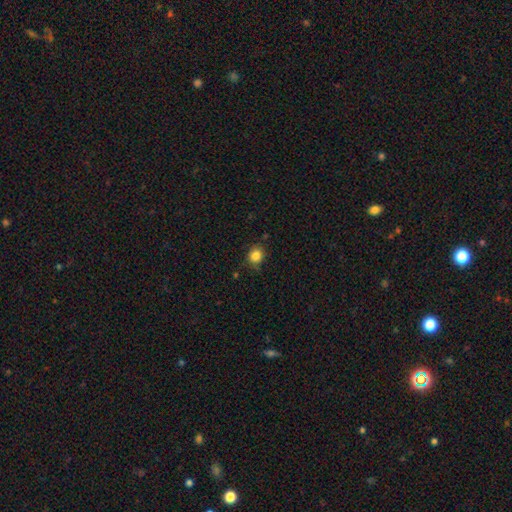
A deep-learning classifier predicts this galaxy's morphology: This appears to be a smooth galaxy with no disk features (84%) that is round (81%). Merging: none (78%).